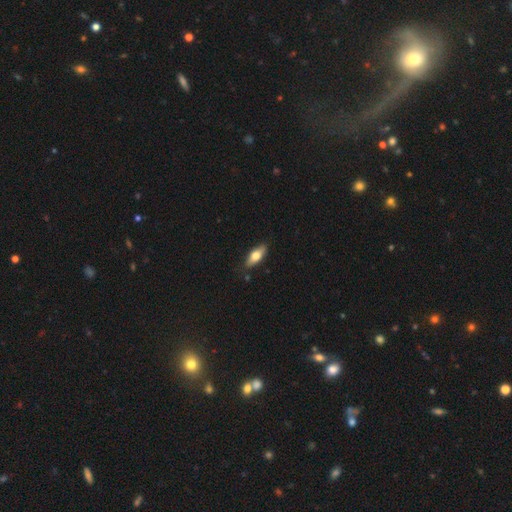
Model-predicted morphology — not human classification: Smooth or featured? Predicted: smooth (p=0.69). How rounded? Predicted: in between (p=0.72). Merging? Predicted: none (p=0.82).